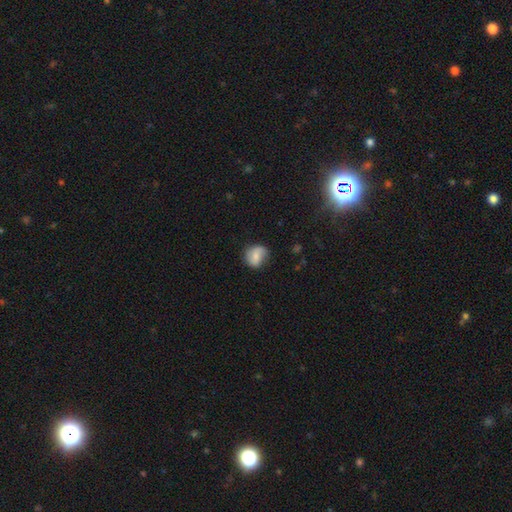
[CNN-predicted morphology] A smooth galaxy with no disk features (54%) that is round (70%). Merging: none (64%).